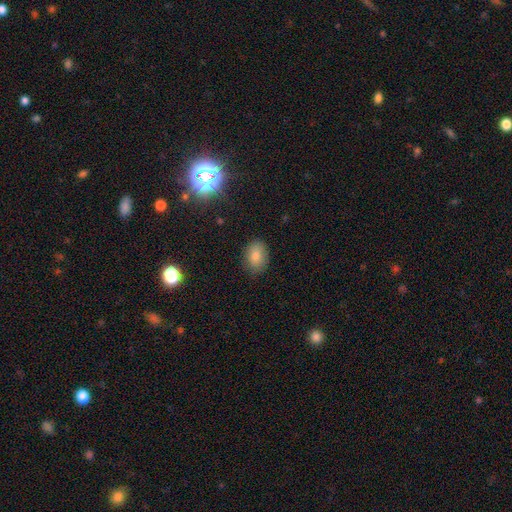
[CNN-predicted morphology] Smooth or featured: smooth — 82% (star or artifact — 10%)
How rounded: in between — 80% (round — 19%)
Merging: none — 85% (minor disturbance — 12%)